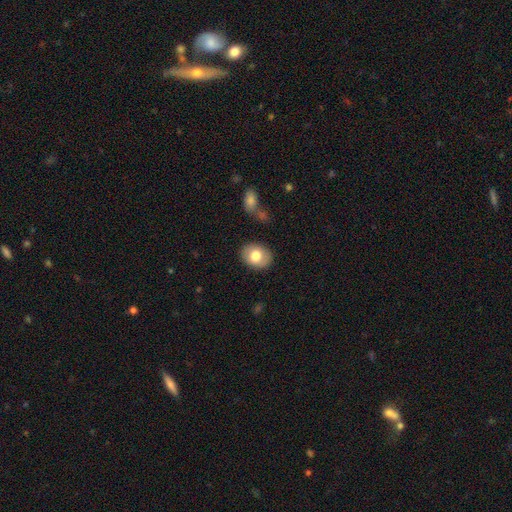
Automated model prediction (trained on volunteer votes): Overall: smooth (76%). How rounded: in between (59%; round 40%). Merging: none (85%).